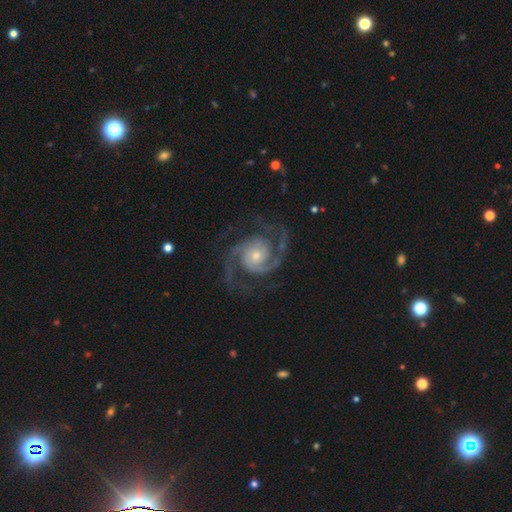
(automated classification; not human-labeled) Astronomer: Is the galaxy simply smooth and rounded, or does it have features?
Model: featured or disk — 94%.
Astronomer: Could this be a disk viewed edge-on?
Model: no — 98%.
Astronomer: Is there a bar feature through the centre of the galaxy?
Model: no — 70%.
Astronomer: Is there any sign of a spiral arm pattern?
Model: yes — 99%.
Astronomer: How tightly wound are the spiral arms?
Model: medium — 51% (runner-up: tight, 41%).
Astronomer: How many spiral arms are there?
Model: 2 — 72%.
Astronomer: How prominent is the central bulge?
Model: small — 54% (runner-up: moderate, 40%).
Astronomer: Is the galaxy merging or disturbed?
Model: none — 78%.